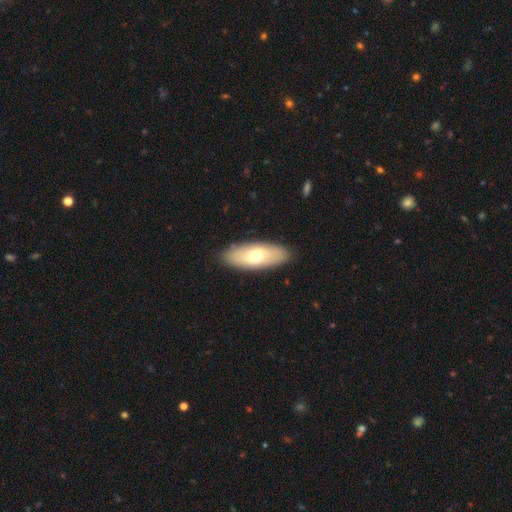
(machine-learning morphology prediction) smooth 60%, featured or disk 35%, star or artifact 5%. Down the decision tree: how rounded — in between (80%); merging — none (89%).